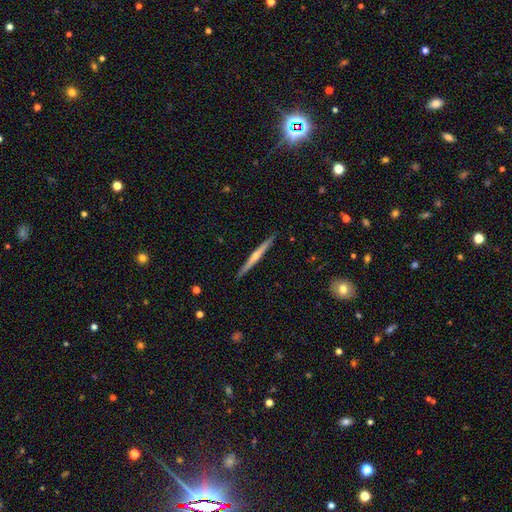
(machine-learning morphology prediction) smooth-or-featured: featured or disk: 73% | smooth: 21% | star or artifact: 6%
  disk-edge-on: yes: 98% | no: 2%
    edge-on-bulge: rounded: 70% | none: 25% | boxy: 5%
  merging: none: 92% | minor disturbance: 6% | major disturbance: 1% | merger: 1%